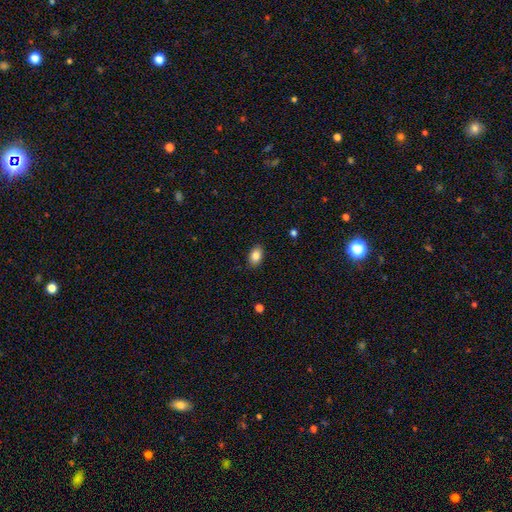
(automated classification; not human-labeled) Smooth or featured?
  - smooth: 85% *
  - star or artifact: 8%
  - featured or disk: 7%
How rounded?
  - in between: 85% *
  - round: 14%
  - cigar-shaped: 1%
Merging?
  - none: 88% *
  - minor disturbance: 9%
  - major disturbance: 2%
  - merger: 1%